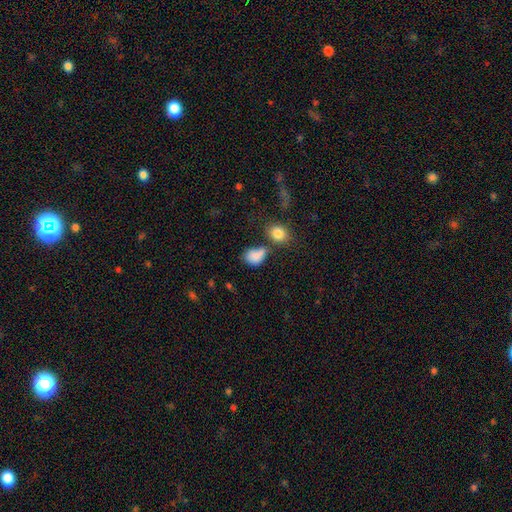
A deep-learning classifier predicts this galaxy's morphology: Smooth or featured: smooth — 82% (star or artifact — 10%)
How rounded: in between — 67% (round — 32%)
Merging: none — 38% (merger — 30%)